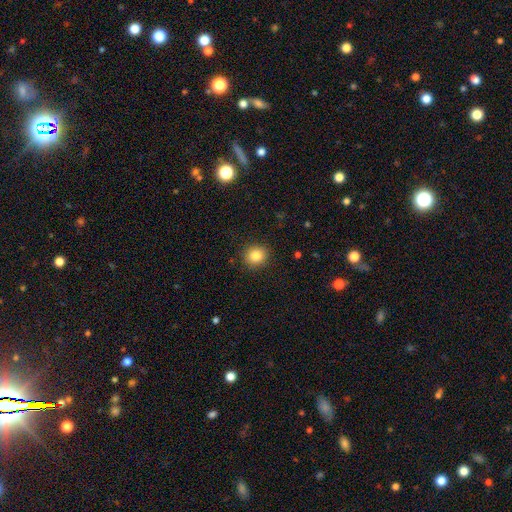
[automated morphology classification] Overall: smooth (84%). How rounded: round (84%). Merging: none (90%).